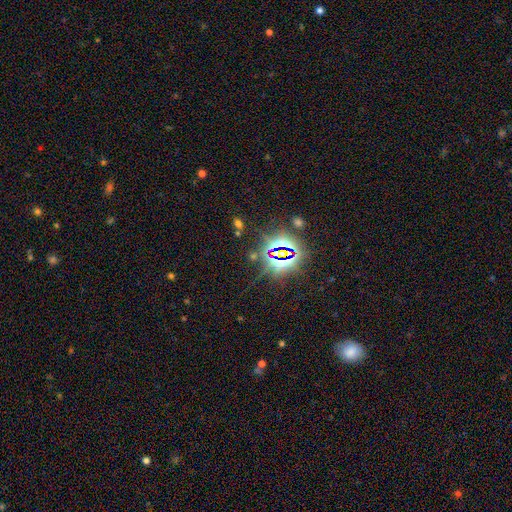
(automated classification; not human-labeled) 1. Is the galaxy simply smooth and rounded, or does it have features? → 83% star or artifact, 9% smooth, 8% featured or disk.